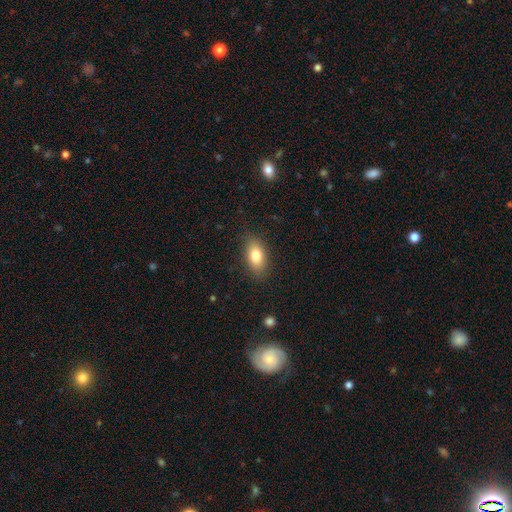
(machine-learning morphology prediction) smooth_or_featured: smooth (p=0.80) [alt: featured or disk p=0.12]
how_rounded: in between (p=0.86) [alt: round p=0.07]
merging: none (p=0.85) [alt: minor disturbance p=0.11]